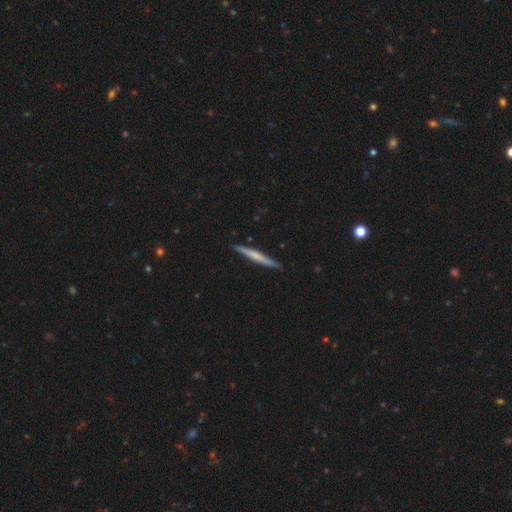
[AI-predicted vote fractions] A featured or disk galaxy (48%). Merging: none (90%).